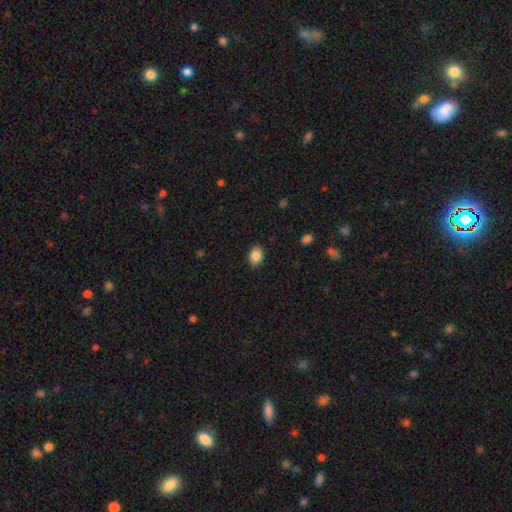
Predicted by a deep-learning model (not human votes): Smooth or featured? smooth (87%)
How rounded? in between (70%)
Merging? none (88%)